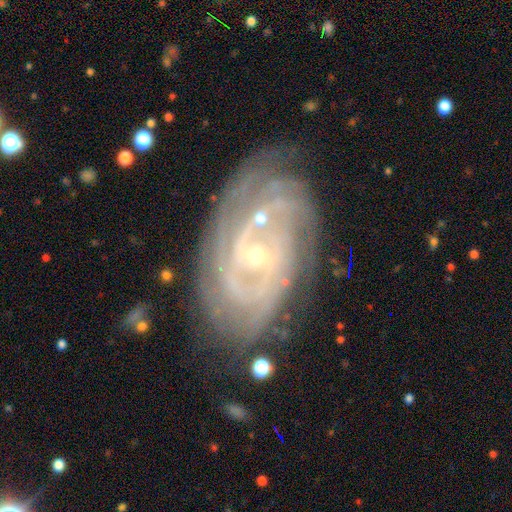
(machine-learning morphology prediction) smooth-or-featured: featured or disk: 87% | star or artifact: 7% | smooth: 6%
  disk-edge-on: no: 96% | yes: 4%
    bar: no: 52% | weak: 35% | strong: 14%
    has-spiral-arms: yes: 96% | no: 4%
      spiral-winding: tight: 74% | medium: 21% | loose: 4%
      spiral-arm-count: can't tell: 29% | 2: 23% | 3: 18% | 4: 15% | more than 4: 8% | 1: 6%
    bulge-size: small: 76% | moderate: 19% | none: 2% | large: 1% | dominant: 1%
  merging: none: 69% | minor disturbance: 19% | major disturbance: 7% | merger: 5%